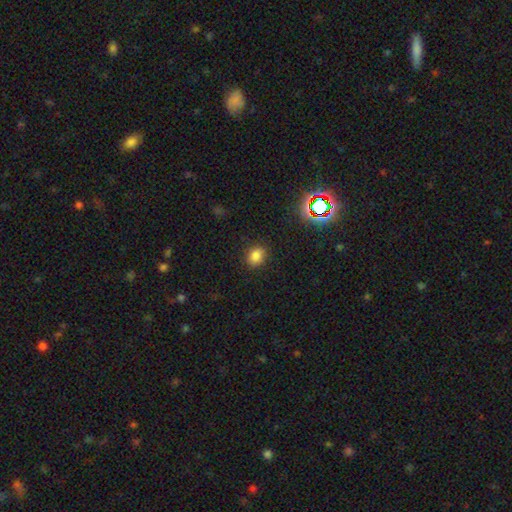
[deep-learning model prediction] A smooth galaxy with no disk features (81%) that is round (56%). Merging: none (86%).